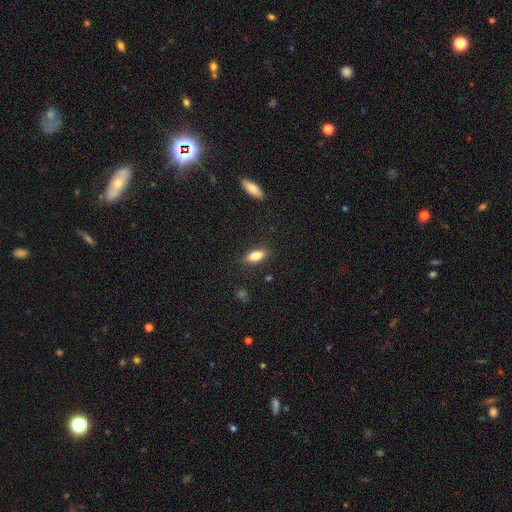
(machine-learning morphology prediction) A smooth galaxy with no disk features (79%) that is in between round and cigar-shaped (79%).

Vote fractions:
- Smooth or featured? smooth: 79% / featured or disk: 14% / star or artifact: 7%
- How rounded? in between: 79% / cigar-shaped: 18% / round: 3%
- Merging? none: 86% / minor disturbance: 10% / major disturbance: 2% / merger: 2%